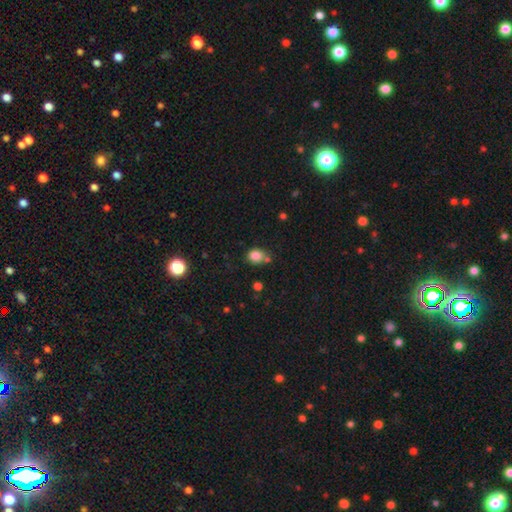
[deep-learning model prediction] This appears to be a smooth galaxy with no disk features (83%) that is round (58%). Merging: none (59%).